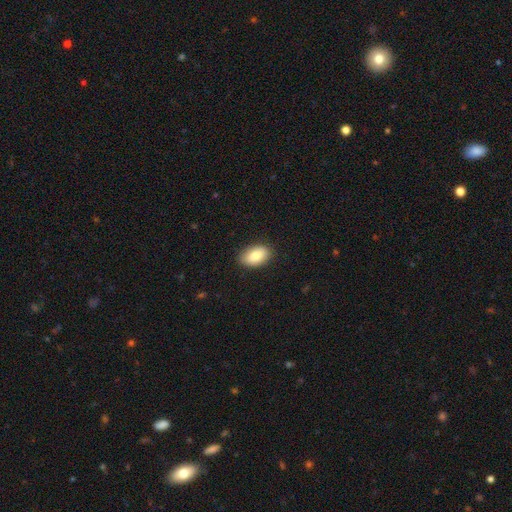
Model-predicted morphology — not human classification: type=smooth (83%); roundness=in between (92%); merging=none (87%).